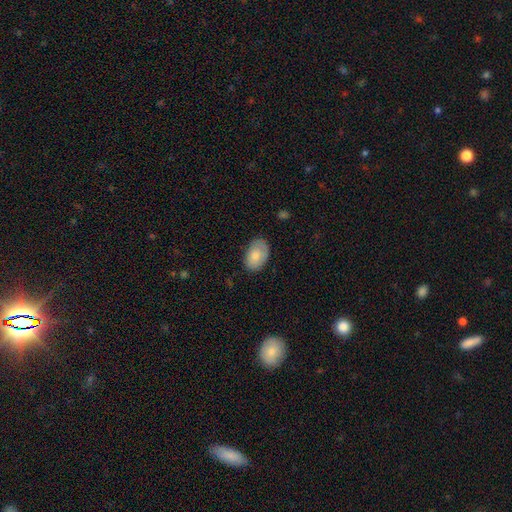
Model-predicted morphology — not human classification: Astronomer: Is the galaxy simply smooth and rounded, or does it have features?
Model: smooth — 79%.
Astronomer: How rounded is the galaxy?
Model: in between — 88%.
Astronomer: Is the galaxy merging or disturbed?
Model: none — 75%.